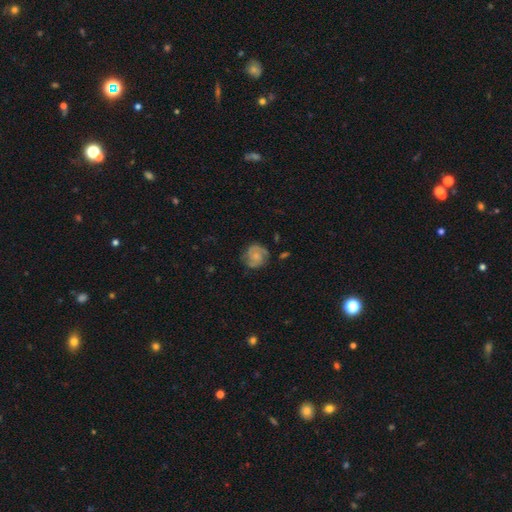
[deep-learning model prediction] This appears to be a featured or disk galaxy (71%) with no bar (67%), 2 (79%) tight (49%) spiral arms (94%) and a small central bulge (49%). Merging: none (75%).